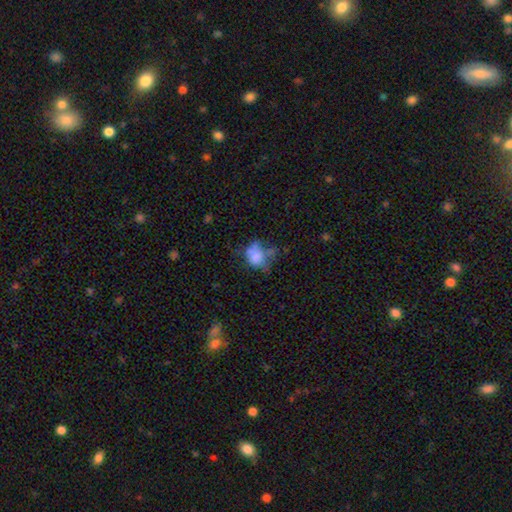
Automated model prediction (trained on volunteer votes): smooth-or-featured: smooth: 63% | featured or disk: 25% | star or artifact: 12%
  how-rounded: in between: 58% | round: 40% | cigar-shaped: 1%
  merging: major disturbance: 31% | none: 29% | minor disturbance: 26% | merger: 15%